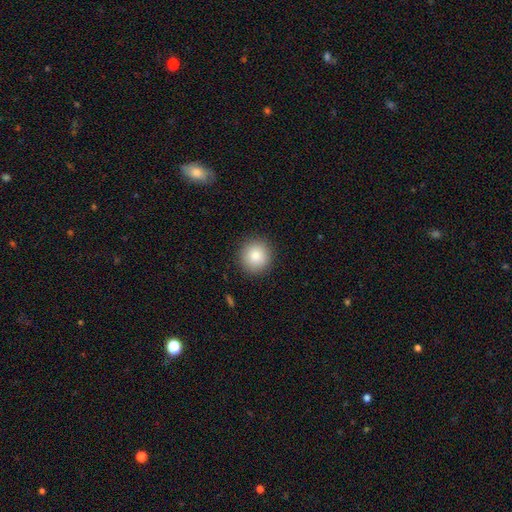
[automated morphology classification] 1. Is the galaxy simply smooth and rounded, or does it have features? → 84% smooth, 9% star or artifact, 7% featured or disk.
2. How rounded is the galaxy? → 94% round, 5% in between, 1% cigar-shaped.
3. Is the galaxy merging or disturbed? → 91% none, 6% minor disturbance, 2% major disturbance, 1% merger.